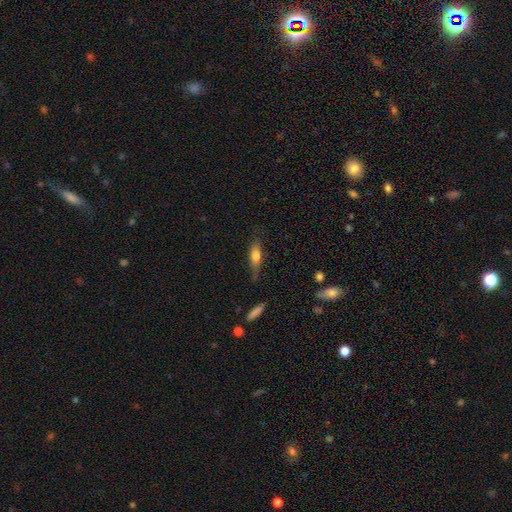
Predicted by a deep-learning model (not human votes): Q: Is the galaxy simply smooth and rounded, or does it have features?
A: smooth — 63%.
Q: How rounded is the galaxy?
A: cigar-shaped — 58%.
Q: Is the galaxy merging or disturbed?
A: none — 68%.